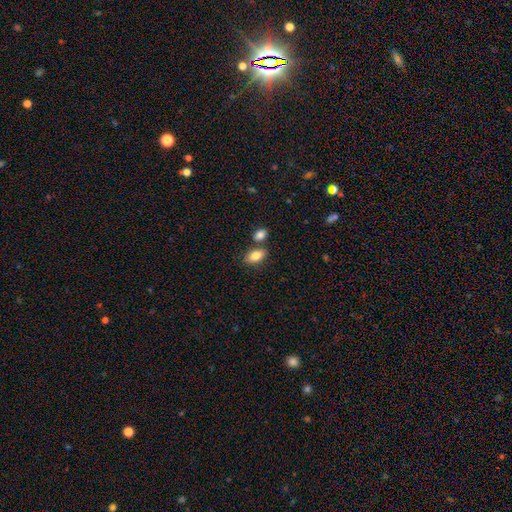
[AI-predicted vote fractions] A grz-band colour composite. It shows a smooth galaxy with no disk features (84%) that is in between round and cigar-shaped (90%). Merging: none (66%).